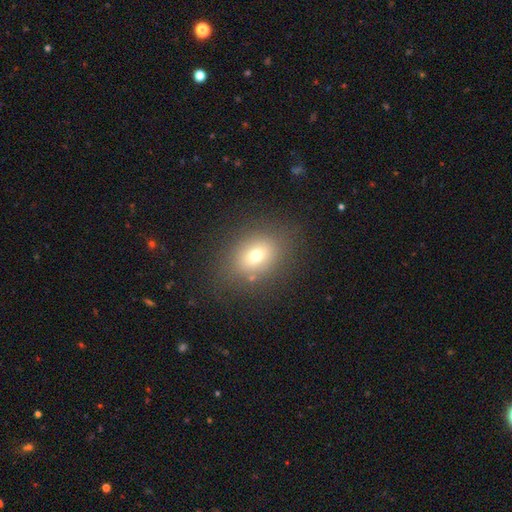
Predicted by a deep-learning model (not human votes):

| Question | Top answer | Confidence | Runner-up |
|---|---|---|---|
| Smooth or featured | smooth | 70% | star or artifact (15%) |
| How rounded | in between | 55% | round (44%) |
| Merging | none | 81% | minor disturbance (11%) |